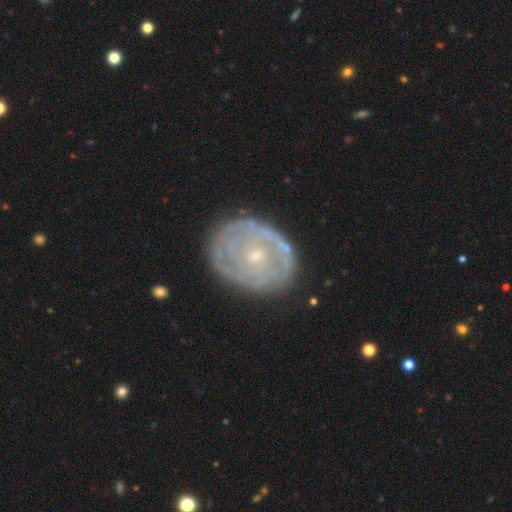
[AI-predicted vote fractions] Q: Smooth or featured?
A: featured or disk (76%); runner-up: smooth (18%)
Q: Edge-on disk?
A: no (97%); runner-up: yes (3%)
Q: Bar?
A: no (76%); runner-up: weak (20%)
Q: Spiral arms?
A: yes (74%); runner-up: no (26%)
Q: Spiral winding?
A: tight (72%); runner-up: medium (20%)
Q: Spiral arm count?
A: can't tell (50%); runner-up: 2 (22%)
Q: Bulge size?
A: small (66%); runner-up: moderate (30%)
Q: Merging?
A: none (75%); runner-up: minor disturbance (17%)